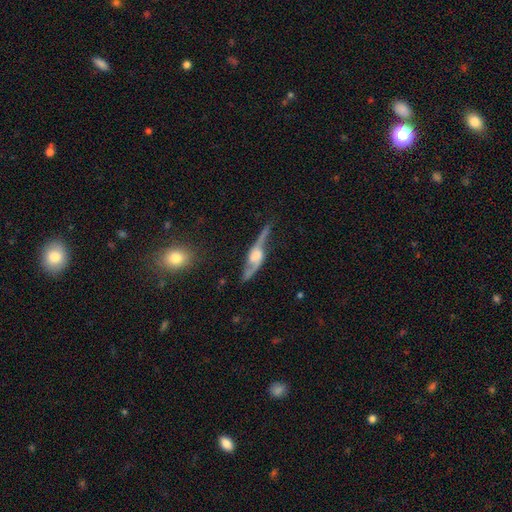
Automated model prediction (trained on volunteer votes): Q: Smooth or featured?
A: featured or disk (84%); runner-up: smooth (10%)
Q: Edge-on disk?
A: no (54%); runner-up: yes (46%)
Q: Merging?
A: none (64%); runner-up: minor disturbance (20%)